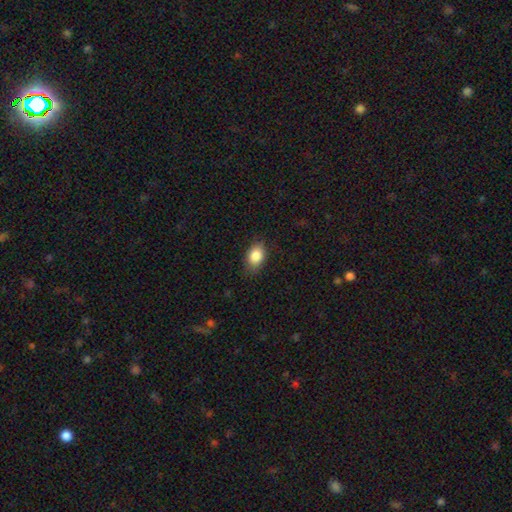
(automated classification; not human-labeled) Morphology: type=smooth (84%); roundness=in between (82%); merging=none (78%).